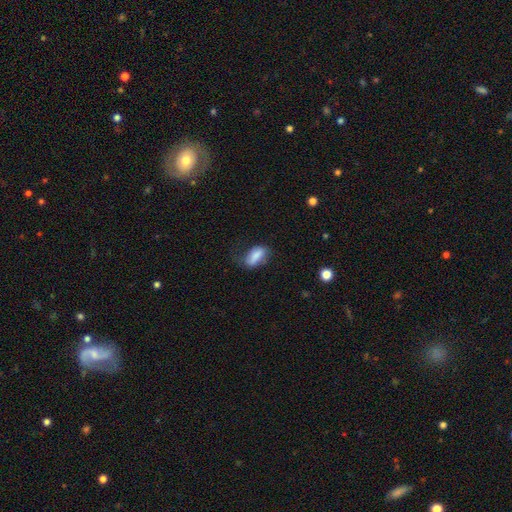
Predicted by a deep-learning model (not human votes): The model was most divided on "merging": none: 49%, minor disturbance: 32%, major disturbance: 16%, merger: 2%. More confident: how rounded — in between (85%); smooth or featured — smooth (76%).